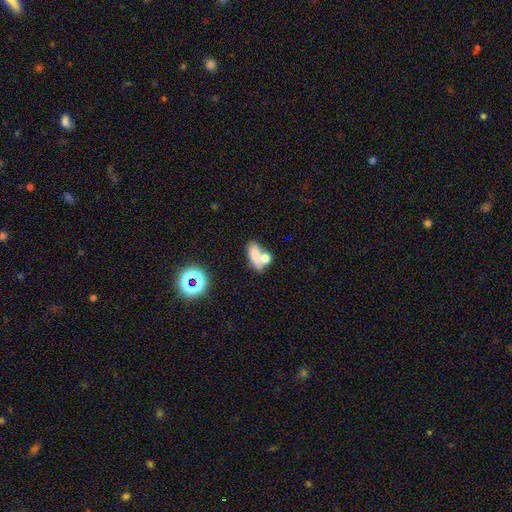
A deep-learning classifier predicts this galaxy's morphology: This appears to be a smooth galaxy with no disk features (70%) that is in between round and cigar-shaped (82%). Merging: merger (44%).